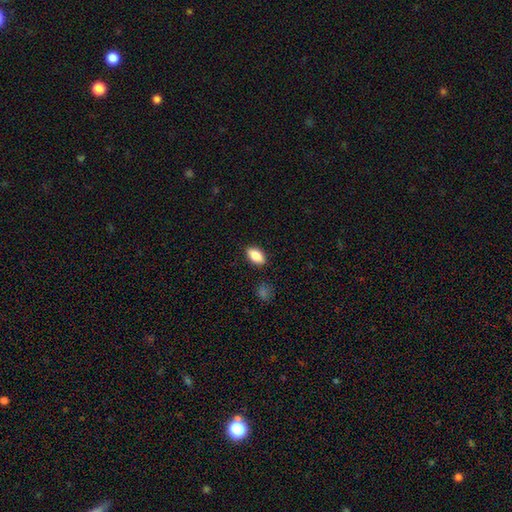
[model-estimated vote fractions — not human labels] Smooth or featured? smooth (85%)
How rounded? in between (91%)
Merging? none (88%)